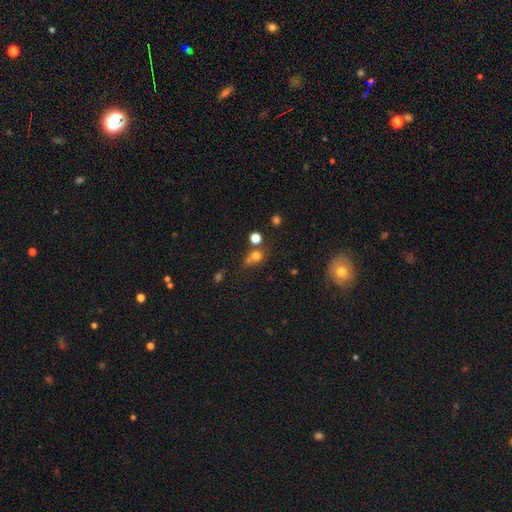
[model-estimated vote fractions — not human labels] Smooth or featured?
  - smooth: 69% *
  - star or artifact: 20%
  - featured or disk: 11%
How rounded?
  - round: 80% *
  - in between: 19%
  - cigar-shaped: 1%
Merging?
  - none: 49% *
  - merger: 32%
  - minor disturbance: 12%
  - major disturbance: 6%